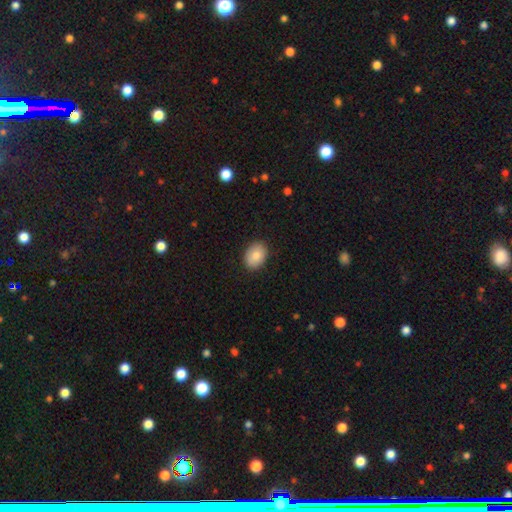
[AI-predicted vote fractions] A smooth galaxy with no disk features (85%) that is in between round and cigar-shaped (73%).

Vote fractions:
- Smooth or featured? smooth: 85% / featured or disk: 8% / star or artifact: 7%
- How rounded? in between: 73% / round: 26% / cigar-shaped: 1%
- Merging? none: 87% / minor disturbance: 10% / major disturbance: 2% / merger: 1%